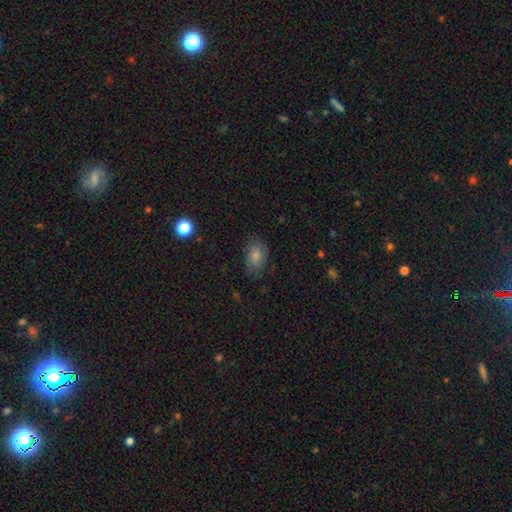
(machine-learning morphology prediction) Smooth or featured: smooth — 77% (featured or disk — 15%)
How rounded: in between — 82% (round — 17%)
Merging: none — 73% (minor disturbance — 20%)